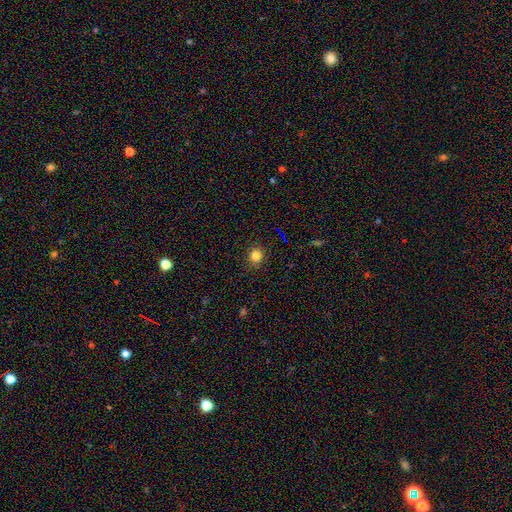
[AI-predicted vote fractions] This is clearly a smooth galaxy (82%). How rounded: clearly round (90%). Merging: clearly none (90%).